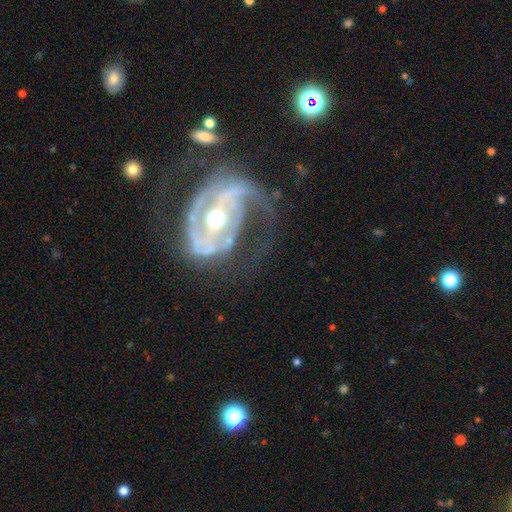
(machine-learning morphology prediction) This is clearly a featured or disk galaxy (90%). It is clearly not viewed edge-on (97%). Bar: marginally strong (40%). Spiral arm pattern: clearly yes (94%). Spiral arm count: likely 2 (72%). Spiral winding: possibly medium (47%). Central bulge: likely moderate (70%). Merging: possibly none (47%).